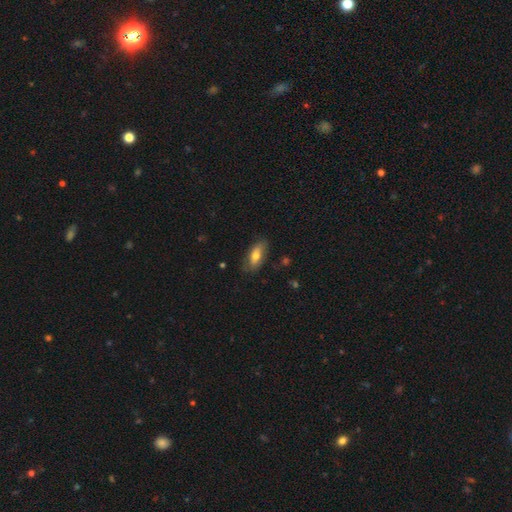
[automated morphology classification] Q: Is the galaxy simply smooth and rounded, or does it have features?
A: smooth — 71%.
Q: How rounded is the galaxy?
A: in between — 82%.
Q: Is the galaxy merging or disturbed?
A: none — 76%.